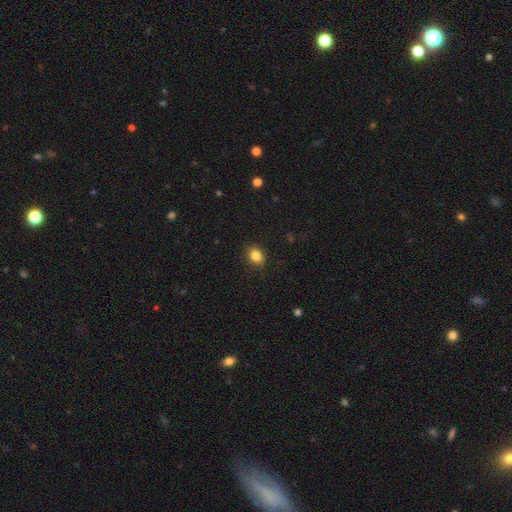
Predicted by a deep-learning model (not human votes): Morphology: type=smooth (85%); roundness=in between (60%); merging=none (88%).